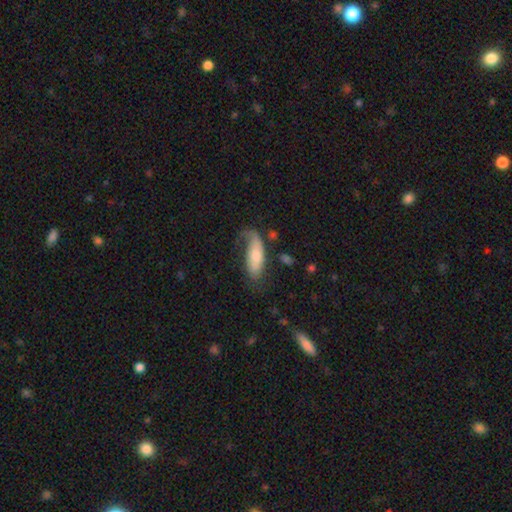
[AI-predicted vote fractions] Smooth or featured?
  - smooth: 56% *
  - featured or disk: 37%
  - star or artifact: 7%
How rounded?
  - in between: 68% *
  - cigar-shaped: 29%
  - round: 2%
Merging?
  - none: 41% *
  - major disturbance: 28%
  - minor disturbance: 27%
  - merger: 4%